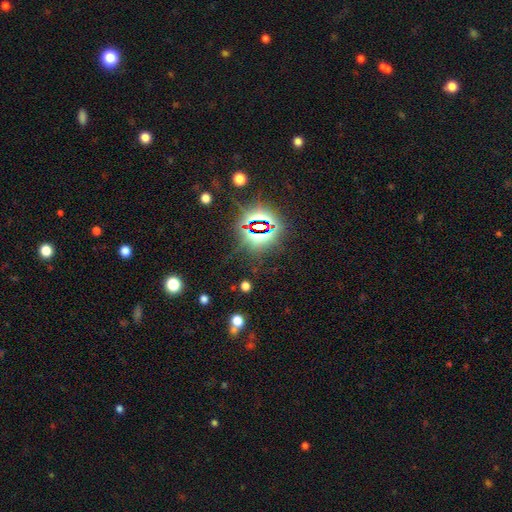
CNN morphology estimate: This appears to be a star or artifact, not a galaxy (80%).